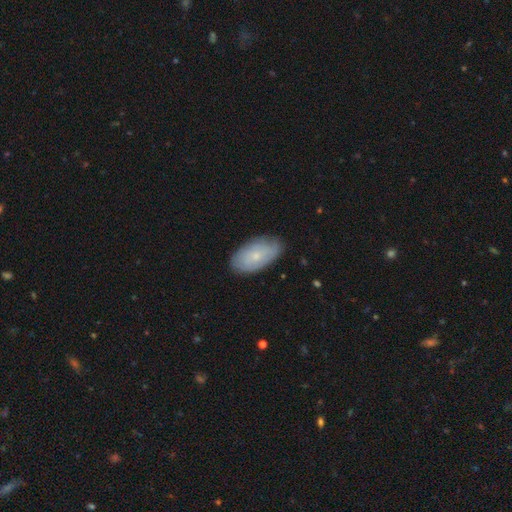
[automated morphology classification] smooth-or-featured: smooth: 62% | featured or disk: 31% | star or artifact: 7%
  how-rounded: in between: 94% | round: 3% | cigar-shaped: 2%
  merging: none: 82% | minor disturbance: 14% | major disturbance: 3% | merger: 1%